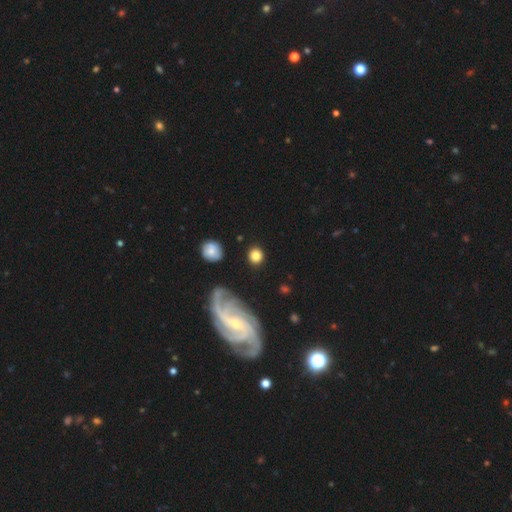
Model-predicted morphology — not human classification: This appears to be a smooth galaxy with no disk features (76%) that is round (86%). Merging: none (85%).